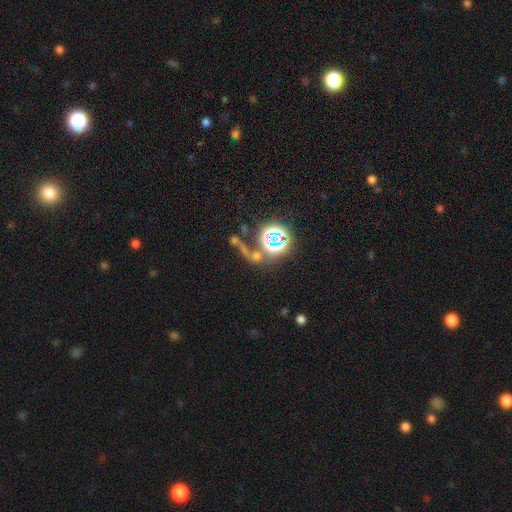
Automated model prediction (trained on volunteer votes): Smooth or featured?
  - star or artifact: 56% *
  - smooth: 30%
  - featured or disk: 14%